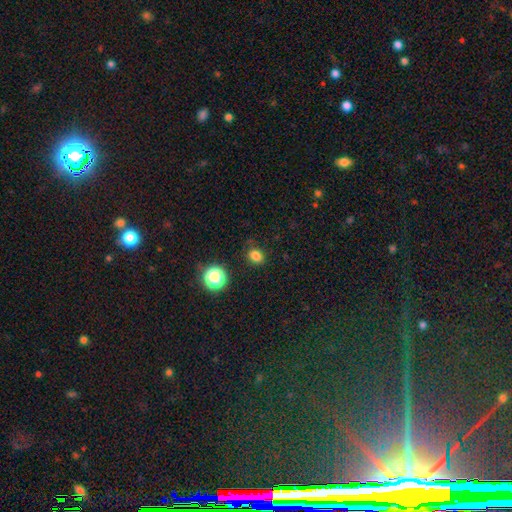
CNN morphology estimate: smooth_or_featured: smooth (p=0.80) [alt: star or artifact p=0.16]
how_rounded: round (p=0.62) [alt: in between p=0.37]
merging: none (p=0.85) [alt: minor disturbance p=0.10]